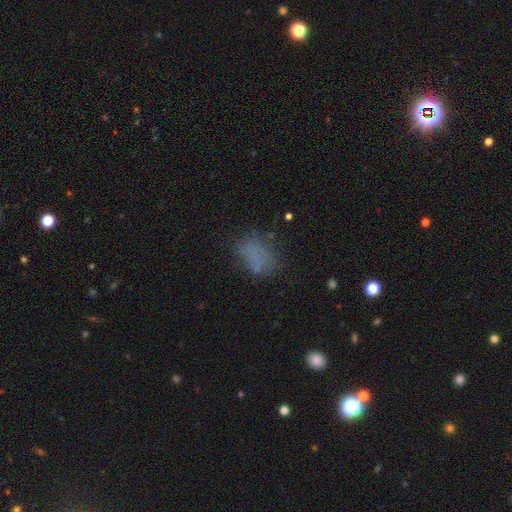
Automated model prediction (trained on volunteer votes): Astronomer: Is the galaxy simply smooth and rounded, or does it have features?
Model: smooth — 66%.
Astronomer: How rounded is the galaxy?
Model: in between — 79%.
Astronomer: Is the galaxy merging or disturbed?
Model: none — 60%.